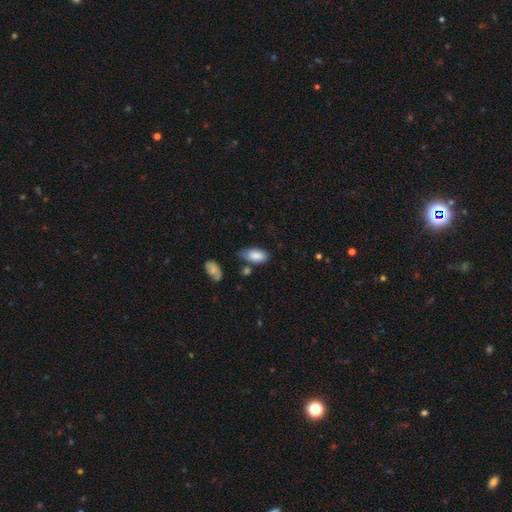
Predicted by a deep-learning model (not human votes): Q: Smooth or featured?
A: smooth (86%); runner-up: featured or disk (7%)
Q: How rounded?
A: in between (93%); runner-up: cigar-shaped (4%)
Q: Merging?
A: none (53%); runner-up: minor disturbance (31%)